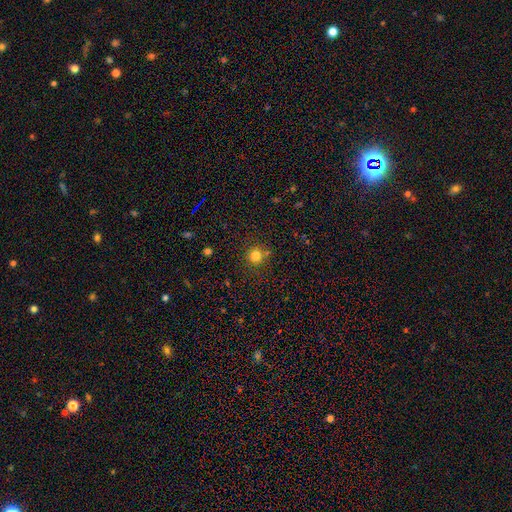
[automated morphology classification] smooth 79%, star or artifact 15%, featured or disk 6%. Down the decision tree: how rounded — round (93%); merging — none (81%).